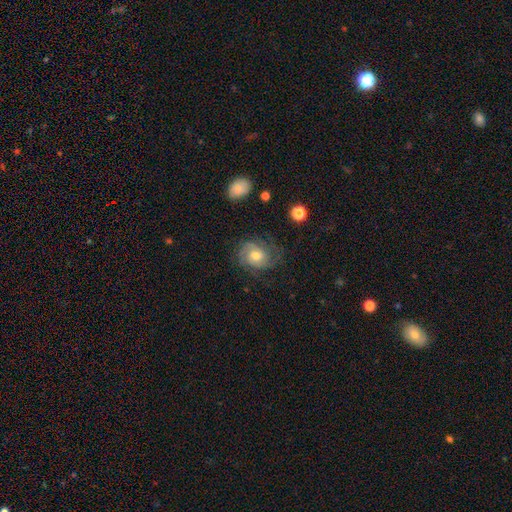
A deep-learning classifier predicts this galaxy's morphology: This appears to be a featured or disk galaxy (62%) with no bar (72%), tight (50%) spiral arms (88%) and a moderate central bulge (69%). Merging: none (64%).